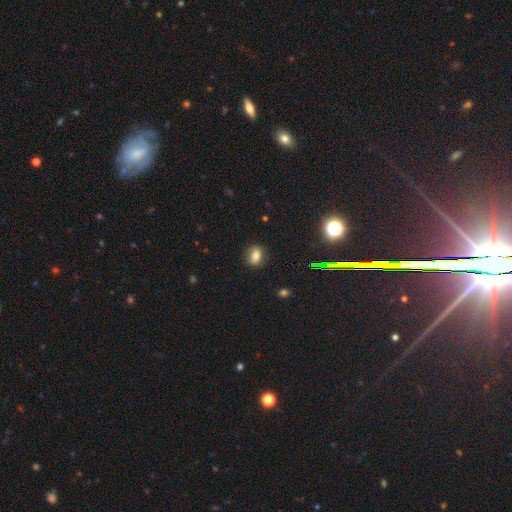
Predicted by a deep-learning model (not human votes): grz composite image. It shows a smooth galaxy with no disk features (71%) that is in between round and cigar-shaped (59%). Merging: none (82%).